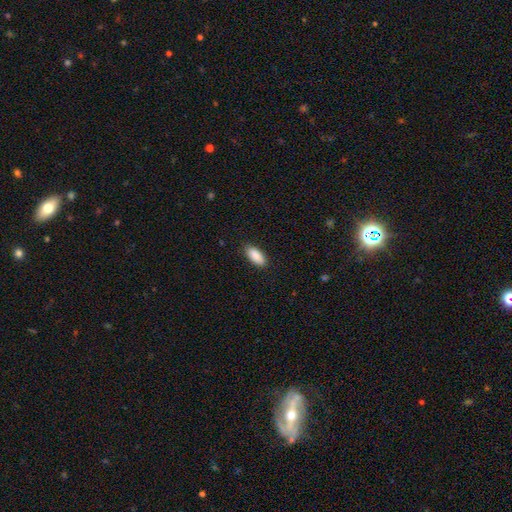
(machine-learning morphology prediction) Smooth or featured? smooth (90%)
How rounded? in between (88%)
Merging? none (87%)